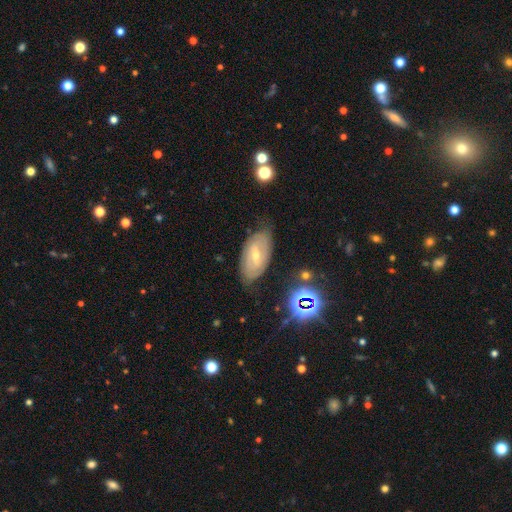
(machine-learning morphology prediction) Q: Smooth or featured?
A: featured or disk (68%); runner-up: smooth (22%)
Q: Edge-on disk?
A: no (92%); runner-up: yes (8%)
Q: Bar?
A: weak (50%); runner-up: strong (26%)
Q: Spiral arms?
A: yes (78%); runner-up: no (22%)
Q: Bulge size?
A: small (59%); runner-up: moderate (38%)
Q: Merging?
A: none (72%); runner-up: minor disturbance (21%)